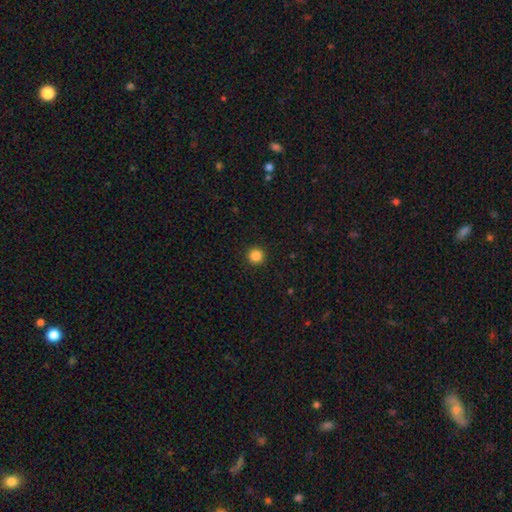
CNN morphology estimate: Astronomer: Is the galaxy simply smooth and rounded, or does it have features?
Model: smooth — 85%.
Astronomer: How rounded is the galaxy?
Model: round — 96%.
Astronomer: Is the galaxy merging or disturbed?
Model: none — 93%.